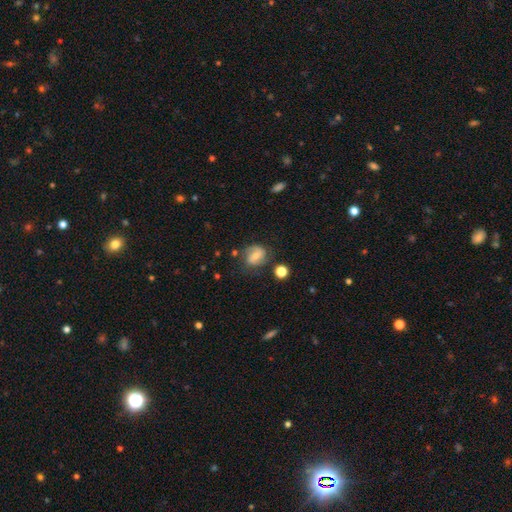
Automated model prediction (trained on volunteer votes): A featured or disk galaxy (46%).

Vote fractions:
- Smooth or featured? featured or disk: 46% / smooth: 44% / star or artifact: 10%
- Merging? none: 65% / minor disturbance: 21% / major disturbance: 8% / merger: 5%